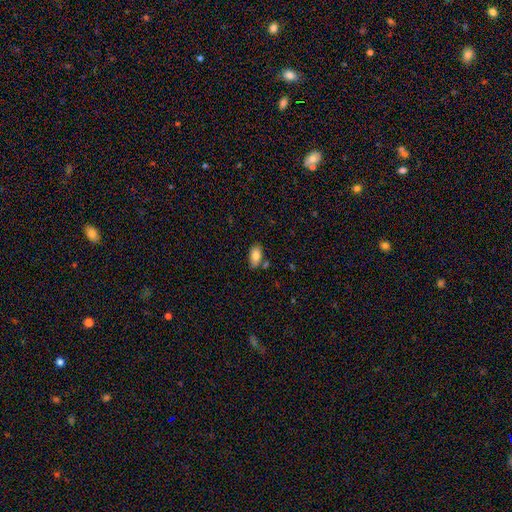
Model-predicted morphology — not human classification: smooth-or-featured: smooth: 83% | featured or disk: 10% | star or artifact: 7%
  how-rounded: in between: 92% | round: 5% | cigar-shaped: 3%
  merging: none: 70% | minor disturbance: 18% | merger: 9% | major disturbance: 3%